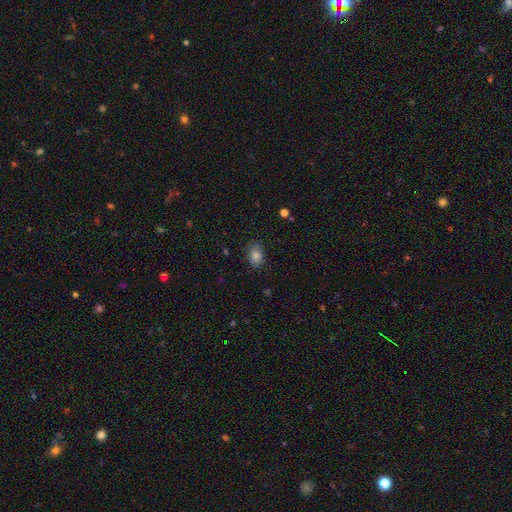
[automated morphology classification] A smooth galaxy with no disk features (82%) that is in between round and cigar-shaped (79%).

Vote fractions:
- Smooth or featured? smooth: 82% / star or artifact: 11% / featured or disk: 8%
- How rounded? in between: 79% / round: 20% / cigar-shaped: 1%
- Merging? none: 84% / minor disturbance: 13% / major disturbance: 3% / merger: 1%